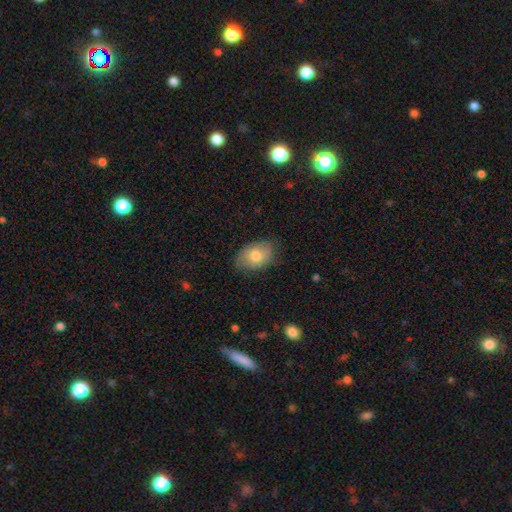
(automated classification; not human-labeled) This appears to be a smooth galaxy with no disk features (71%) that is in between round and cigar-shaped (82%). Merging: none (75%).